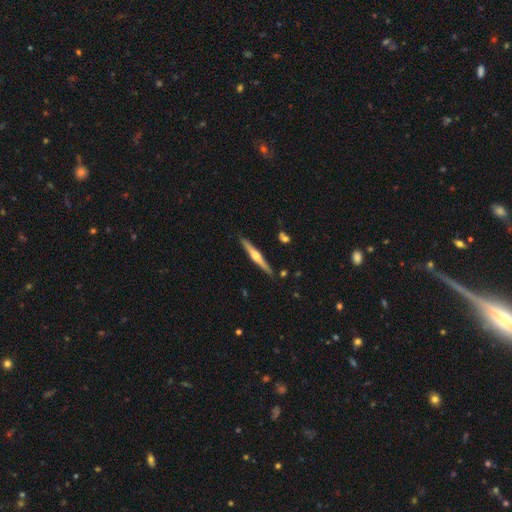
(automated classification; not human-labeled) This is likely a featured or disk galaxy (72%). It is clearly viewed edge-on (98%). Edge-on bulge: clearly rounded (92%). Merging: clearly none (90%).